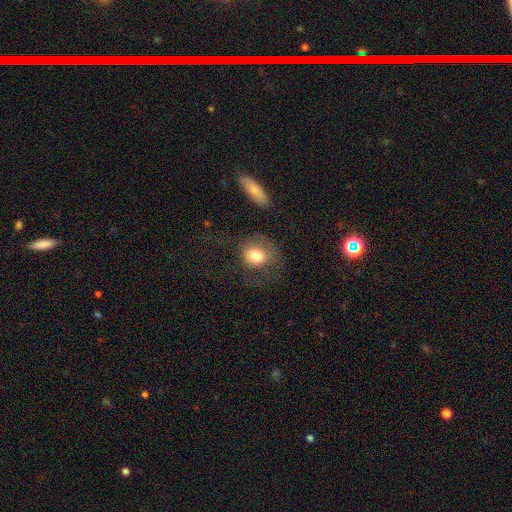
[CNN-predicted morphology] Smooth or featured: smooth — 73% (featured or disk — 19%)
How rounded: round — 64% (in between — 35%)
Merging: major disturbance — 39% (none — 37%)